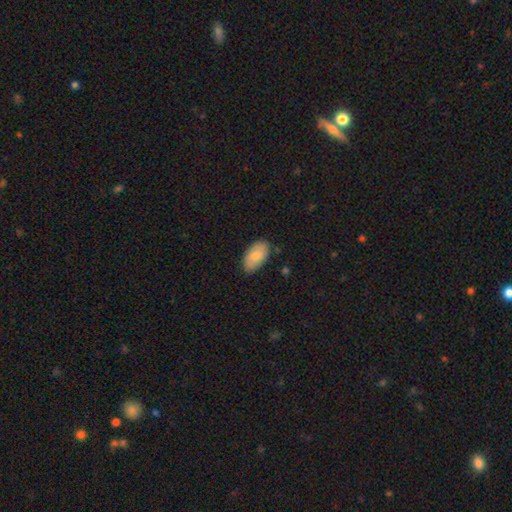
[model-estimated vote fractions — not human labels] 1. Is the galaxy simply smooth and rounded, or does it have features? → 81% smooth, 13% featured or disk, 6% star or artifact.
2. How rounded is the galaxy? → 95% in between, 3% round, 2% cigar-shaped.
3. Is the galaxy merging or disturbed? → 82% none, 14% minor disturbance, 3% major disturbance, 1% merger.